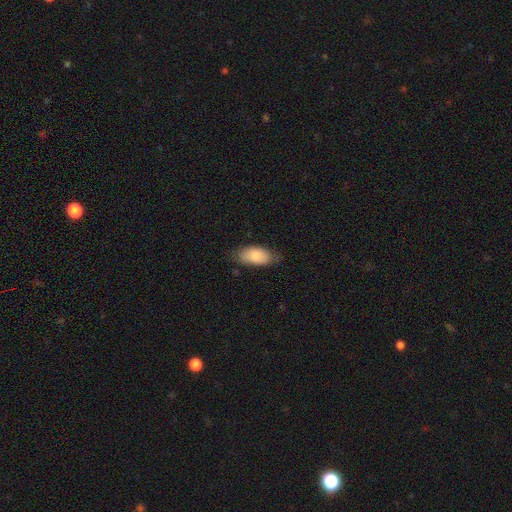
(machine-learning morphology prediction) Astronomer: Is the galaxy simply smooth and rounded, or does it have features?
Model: smooth — 83%.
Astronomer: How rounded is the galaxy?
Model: in between — 93%.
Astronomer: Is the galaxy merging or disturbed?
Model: none — 67%.